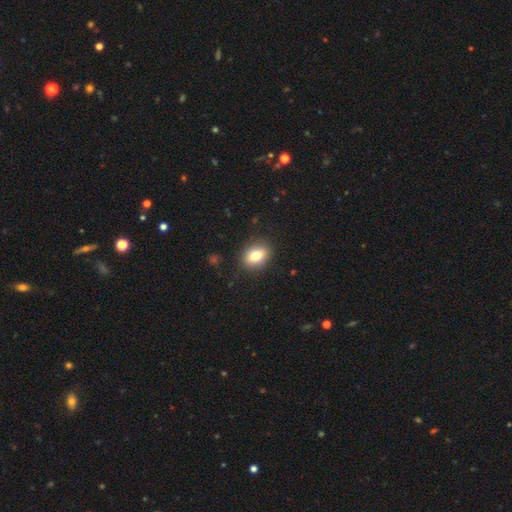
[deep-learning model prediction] Smooth or featured? Predicted: smooth (p=0.79). How rounded? Predicted: in between (p=0.70). Merging? Predicted: none (p=0.88).